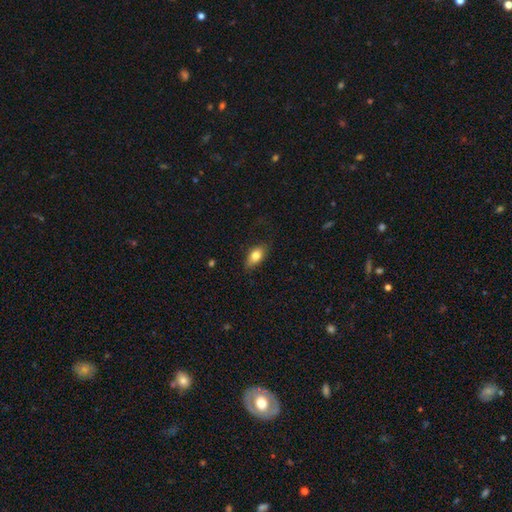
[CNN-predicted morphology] Smooth or featured? smooth (78%)
How rounded? in between (86%)
Merging? none (78%)